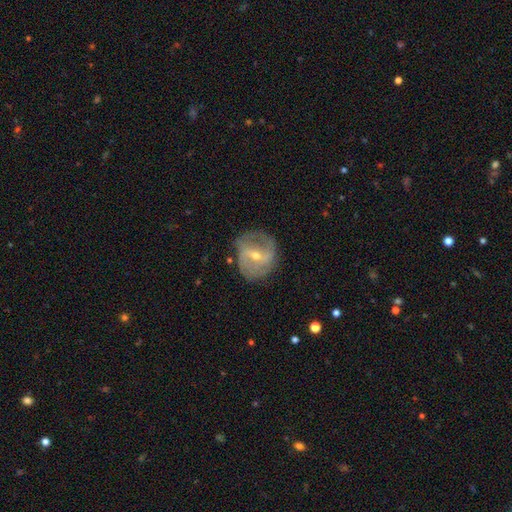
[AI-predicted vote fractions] smooth-or-featured: featured or disk: 80% | smooth: 13% | star or artifact: 7%
  disk-edge-on: no: 96% | yes: 4%
    bar: weak: 45% | strong: 33% | no: 22%
    has-spiral-arms: yes: 87% | no: 13%
      spiral-winding: medium: 42% | tight: 29% | loose: 29%
      spiral-arm-count: 2: 61% | can't tell: 19% | 3: 10% | 1: 4% | 4: 3% | more than 4: 2%
    bulge-size: small: 54% | moderate: 43% | large: 1% | none: 1% | dominant: 1%
  merging: none: 71% | minor disturbance: 18% | major disturbance: 9% | merger: 2%